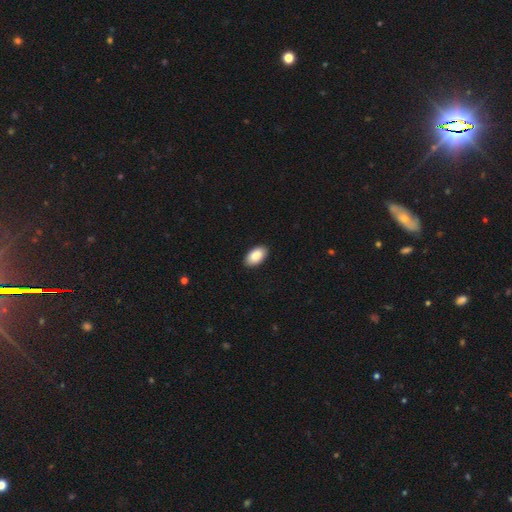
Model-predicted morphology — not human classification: Smooth or featured? Predicted: smooth (p=0.89). How rounded? Predicted: in between (p=0.96). Merging? Predicted: none (p=0.90).